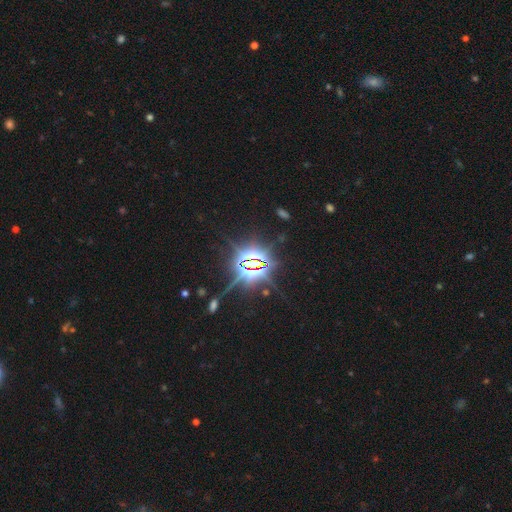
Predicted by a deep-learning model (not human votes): Morphology: type=star or artifact (84%).